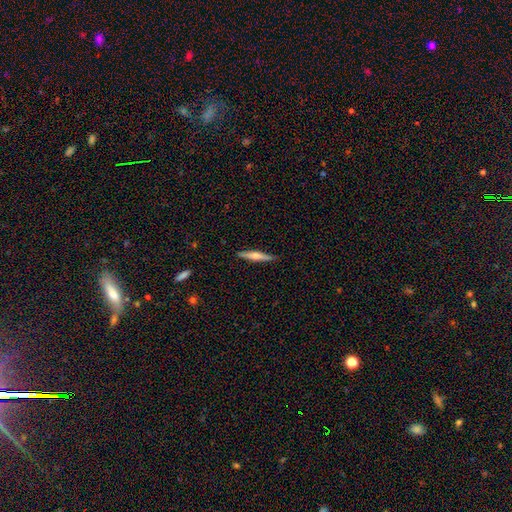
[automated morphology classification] smooth 51%, featured or disk 43%, star or artifact 6%. Down the decision tree: how rounded — cigar-shaped (91%); merging — none (88%).